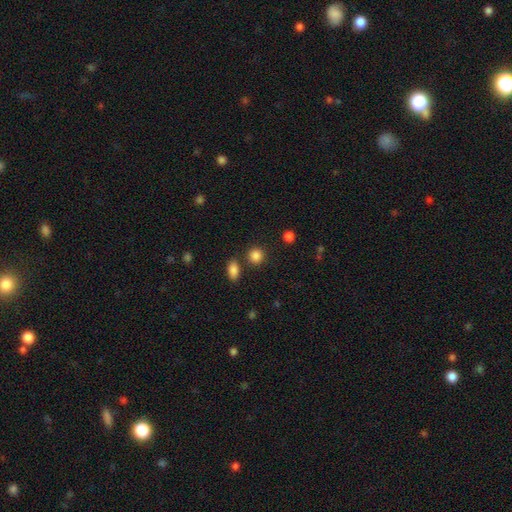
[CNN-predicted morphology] smooth 86%, star or artifact 10%, featured or disk 4%. Down the decision tree: how rounded — round (82%); merging — none (81%).